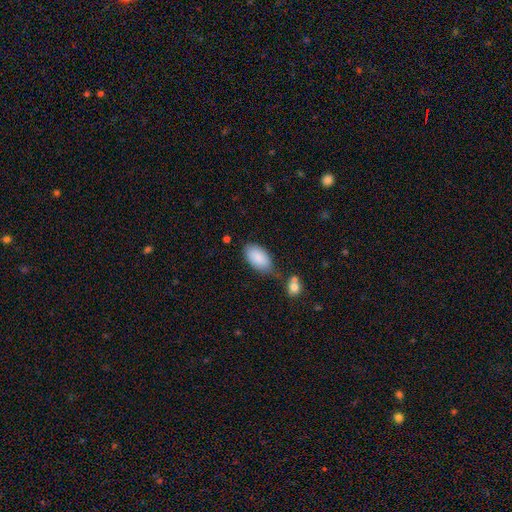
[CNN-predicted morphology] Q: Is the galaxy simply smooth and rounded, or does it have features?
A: smooth — 87%.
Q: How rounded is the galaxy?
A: in between — 95%.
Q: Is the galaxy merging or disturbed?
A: none — 70%.